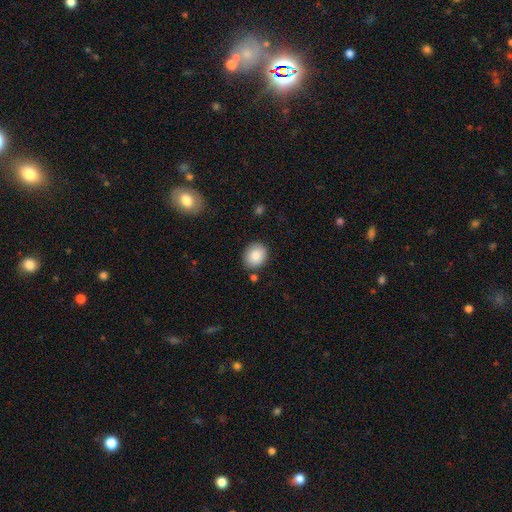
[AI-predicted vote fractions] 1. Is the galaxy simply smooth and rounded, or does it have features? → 87% smooth, 7% star or artifact, 5% featured or disk.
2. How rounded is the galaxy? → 58% round, 41% in between, 1% cigar-shaped.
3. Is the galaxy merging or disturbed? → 83% none, 11% minor disturbance, 4% merger, 3% major disturbance.